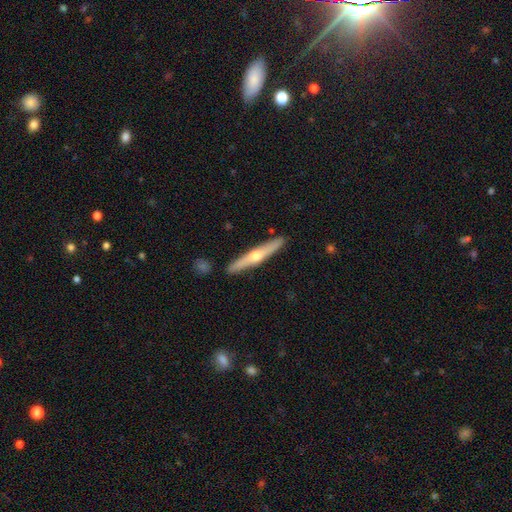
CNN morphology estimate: Smooth or featured? Predicted: featured or disk (p=0.63). Edge-on disk? Predicted: yes (p=0.96). Edge-on bulge? Predicted: rounded (p=0.90). Merging? Predicted: none (p=0.90).